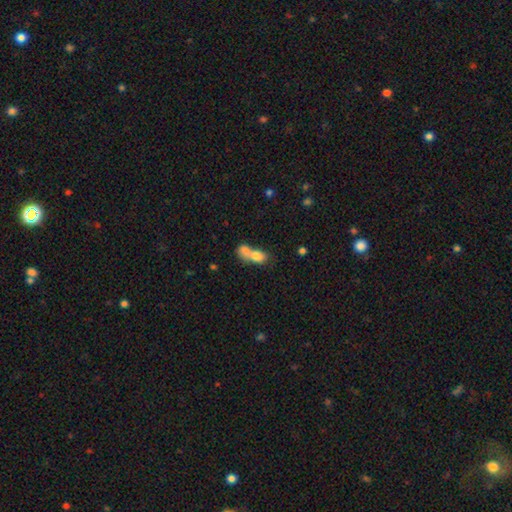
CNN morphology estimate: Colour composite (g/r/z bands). It shows a smooth galaxy with no disk features (76%) that is in between round and cigar-shaped (73%). Merging: merger (72%).